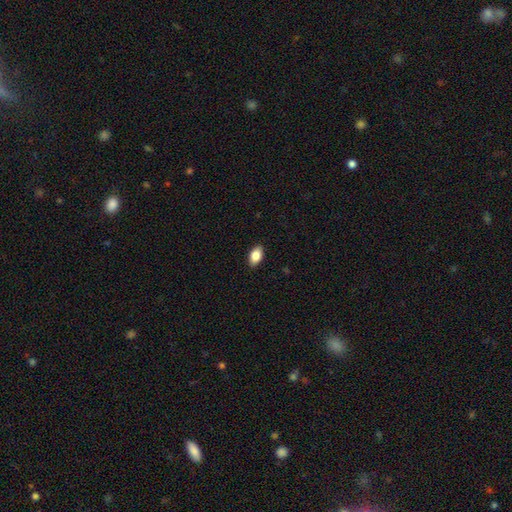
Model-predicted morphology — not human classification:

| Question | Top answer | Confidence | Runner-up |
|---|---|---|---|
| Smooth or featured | smooth | 85% | featured or disk (7%) |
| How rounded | in between | 91% | round (7%) |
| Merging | none | 89% | minor disturbance (8%) |